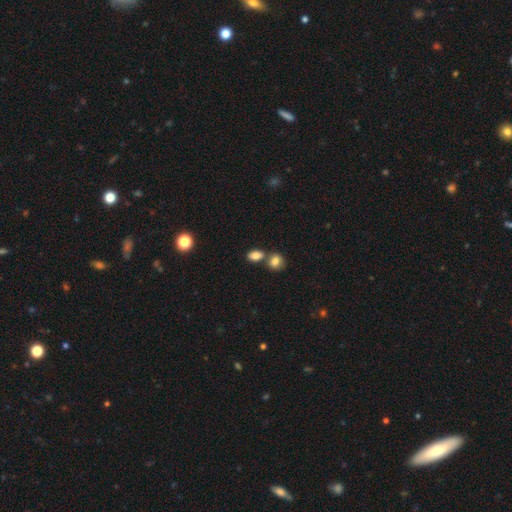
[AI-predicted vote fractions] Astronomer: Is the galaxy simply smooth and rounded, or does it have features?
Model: smooth — 83%.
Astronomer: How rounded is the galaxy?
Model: in between — 79%.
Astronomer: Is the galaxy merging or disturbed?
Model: none — 55% (runner-up: merger, 31%).